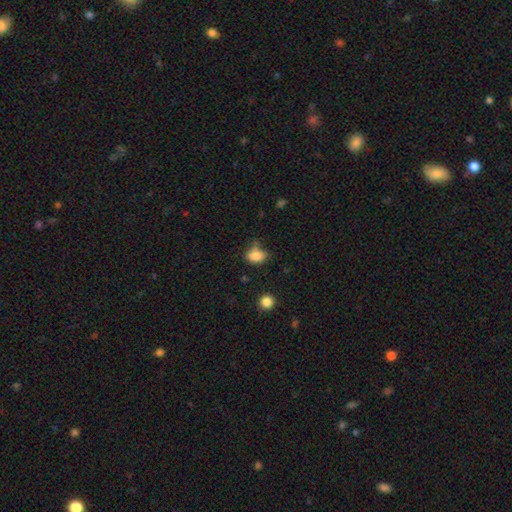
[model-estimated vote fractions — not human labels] This appears to be a smooth galaxy with no disk features (82%) that is in between round and cigar-shaped (76%). Merging: none (48%).